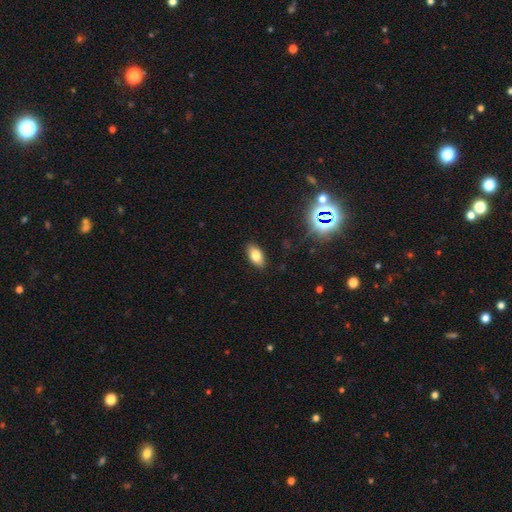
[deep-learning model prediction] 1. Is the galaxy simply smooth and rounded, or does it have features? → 77% smooth, 12% star or artifact, 11% featured or disk.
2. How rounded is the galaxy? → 91% in between, 5% round, 4% cigar-shaped.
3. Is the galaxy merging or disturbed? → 88% none, 9% minor disturbance, 2% major disturbance, 1% merger.